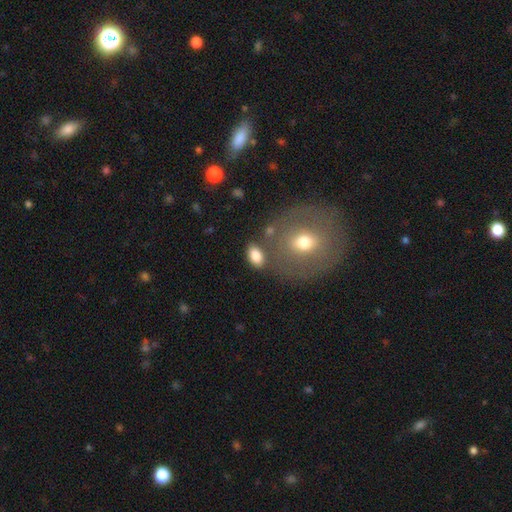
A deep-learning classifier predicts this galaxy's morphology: Overall: smooth (82%). How rounded: in between (87%). Merging: none (70%).